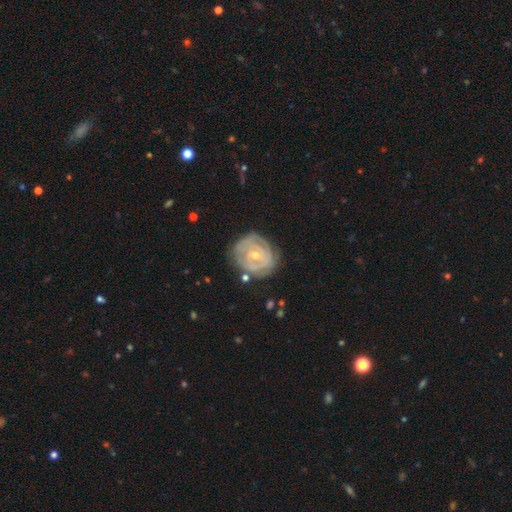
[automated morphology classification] smooth_or_featured: featured or disk (p=0.78) [alt: smooth p=0.16]
disk_edge_on: no (p=0.97) [alt: yes p=0.03]
bar: no (p=0.59) [alt: weak p=0.33]
has_spiral_arms: yes (p=0.82) [alt: no p=0.18]
spiral_winding: tight (p=0.74) [alt: medium p=0.20]
spiral_arm_count: can't tell (p=0.40) [alt: 2 p=0.31]
bulge_size: small (p=0.59) [alt: moderate p=0.38]
merging: none (p=0.71) [alt: minor disturbance p=0.20]